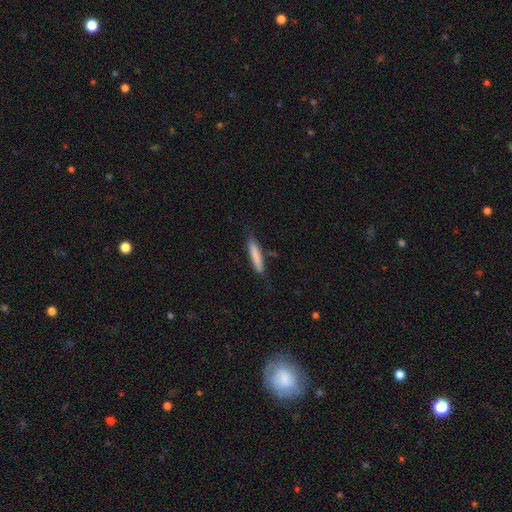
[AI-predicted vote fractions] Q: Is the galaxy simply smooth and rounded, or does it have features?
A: smooth — 79%.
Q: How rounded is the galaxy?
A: cigar-shaped — 91%.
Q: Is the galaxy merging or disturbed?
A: none — 76%.